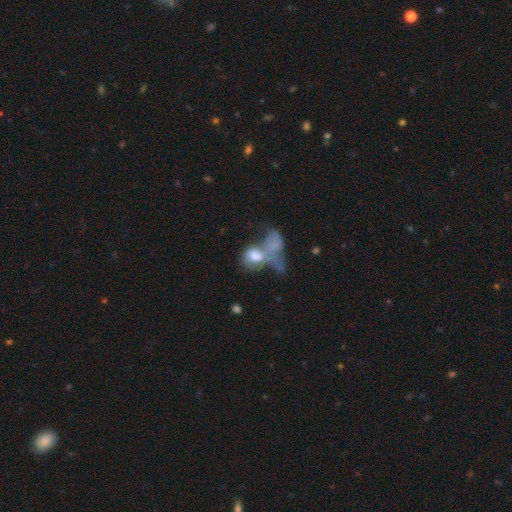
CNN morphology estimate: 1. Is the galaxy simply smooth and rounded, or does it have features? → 58% smooth, 31% featured or disk, 10% star or artifact.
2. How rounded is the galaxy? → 74% in between, 24% round, 2% cigar-shaped.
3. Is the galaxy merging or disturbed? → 63% merger, 20% major disturbance, 10% none, 7% minor disturbance.